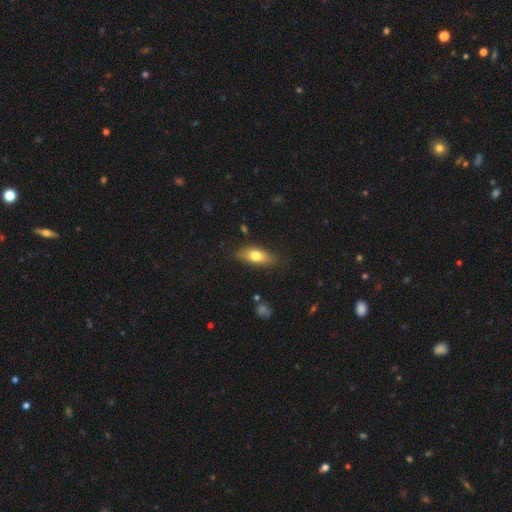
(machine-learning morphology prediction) type=smooth (73%); roundness=in between (75%); merging=none (81%).